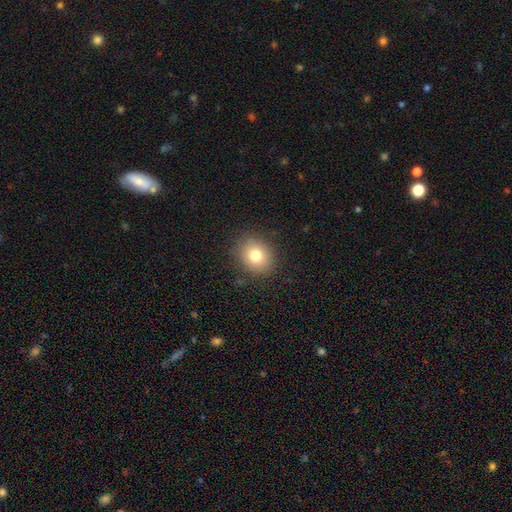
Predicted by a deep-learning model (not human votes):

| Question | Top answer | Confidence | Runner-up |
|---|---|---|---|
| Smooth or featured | smooth | 78% | star or artifact (12%) |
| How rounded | round | 73% | in between (26%) |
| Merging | none | 87% | minor disturbance (9%) |